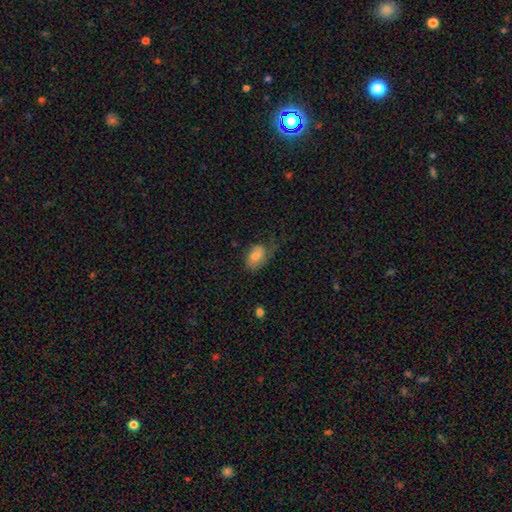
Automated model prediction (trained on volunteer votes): Smooth or featured?
  - smooth: 69% *
  - featured or disk: 23%
  - star or artifact: 9%
How rounded?
  - in between: 85% *
  - round: 14%
  - cigar-shaped: 2%
Merging?
  - none: 44% *
  - minor disturbance: 30%
  - major disturbance: 24%
  - merger: 2%